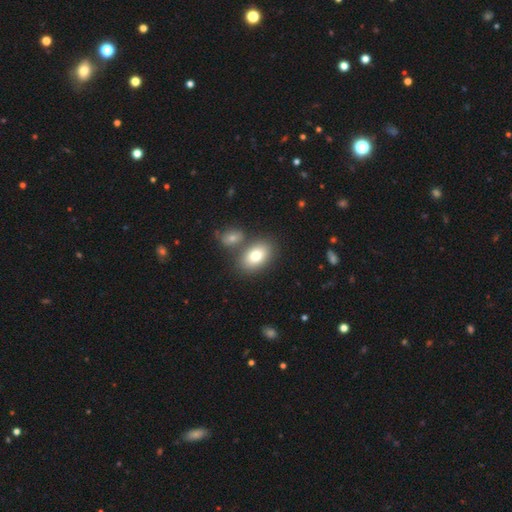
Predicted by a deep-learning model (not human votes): smooth_or_featured: smooth (p=0.78) [alt: featured or disk p=0.14]
how_rounded: in between (p=0.88) [alt: round p=0.11]
merging: none (p=0.65) [alt: merger p=0.22]